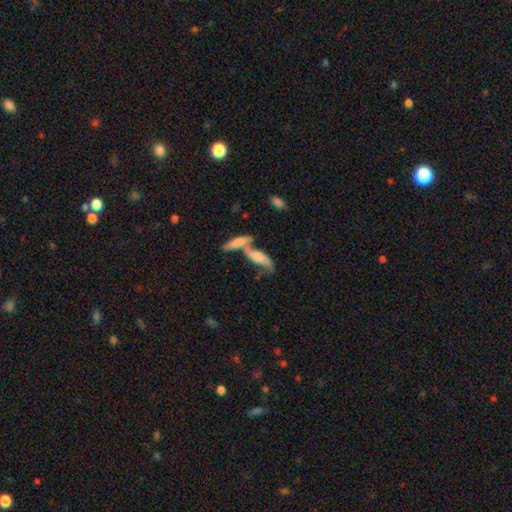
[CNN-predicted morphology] This appears to be a featured or disk galaxy (51%) viewed edge-on (51%). Merging: merger (51%).